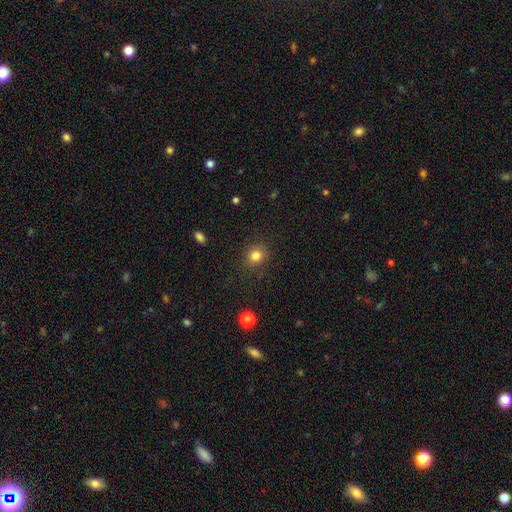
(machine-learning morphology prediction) This is clearly a smooth galaxy (83%). How rounded: clearly round (82%). Merging: clearly none (88%).